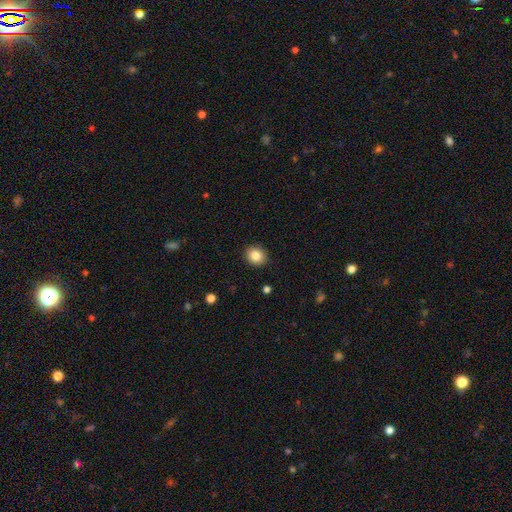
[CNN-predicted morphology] Smooth or featured? Predicted: smooth (p=0.84). How rounded? Predicted: round (p=0.72). Merging? Predicted: none (p=0.90).